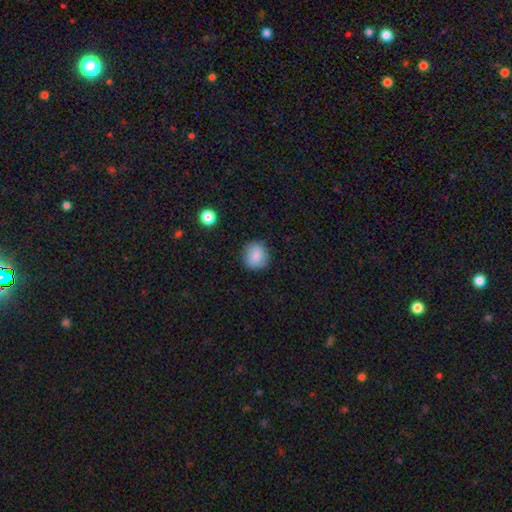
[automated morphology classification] Smooth or featured?
  - smooth: 86% *
  - star or artifact: 8%
  - featured or disk: 6%
How rounded?
  - round: 85% *
  - in between: 14%
  - cigar-shaped: 1%
Merging?
  - none: 85% *
  - minor disturbance: 11%
  - major disturbance: 3%
  - merger: 1%